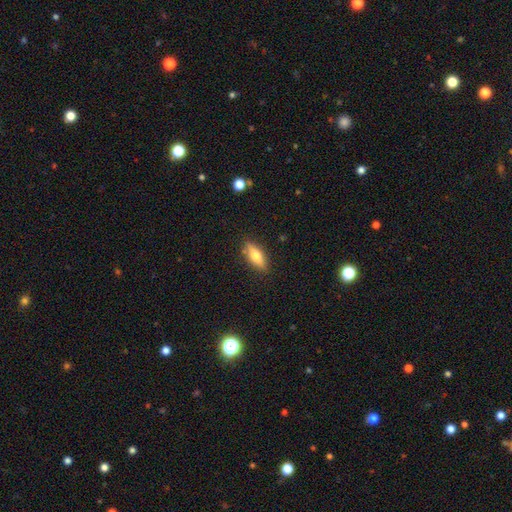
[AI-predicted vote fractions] This appears to be a smooth galaxy with no disk features (58%) that is in between round and cigar-shaped (55%). Merging: none (86%).